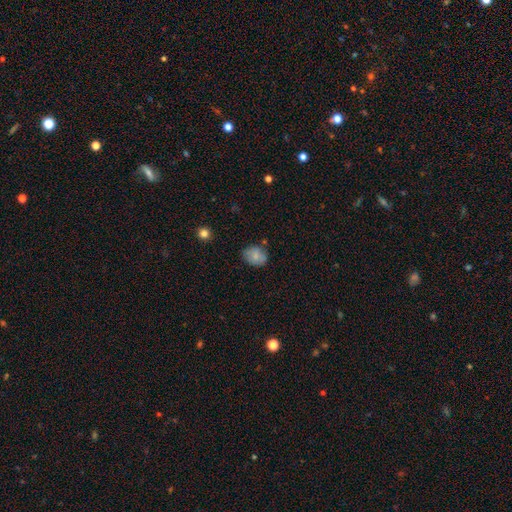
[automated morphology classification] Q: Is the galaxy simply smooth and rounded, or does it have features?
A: smooth — 78%.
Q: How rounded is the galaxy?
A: in between — 54%.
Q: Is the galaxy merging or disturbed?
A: none — 71%.